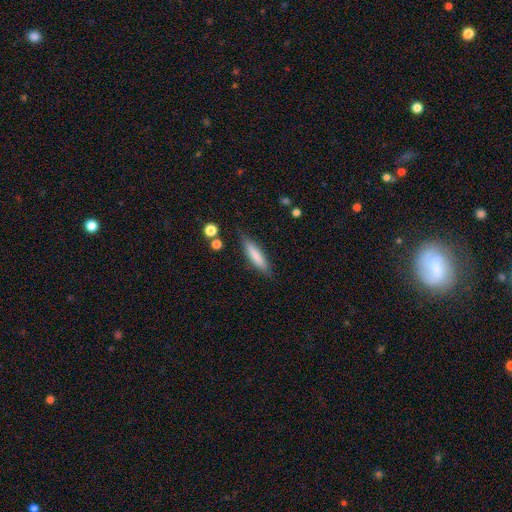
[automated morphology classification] Smooth or featured: smooth — 77% (featured or disk — 17%)
How rounded: cigar-shaped — 79% (in between — 20%)
Merging: none — 83% (minor disturbance — 13%)